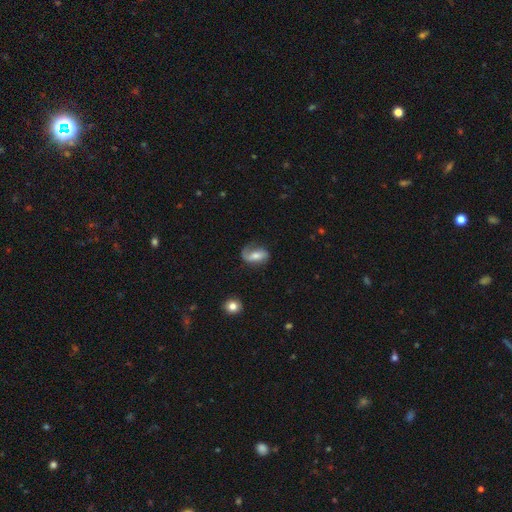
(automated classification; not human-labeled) Smooth or featured: featured or disk — 58% (smooth — 34%)
Edge-on disk: no — 95% (yes — 5%)
Bar: weak — 38% (no — 37%)
Spiral arms: yes — 88% (no — 12%)
Bulge size: moderate — 56% (small — 29%)
Merging: none — 53% (minor disturbance — 23%)